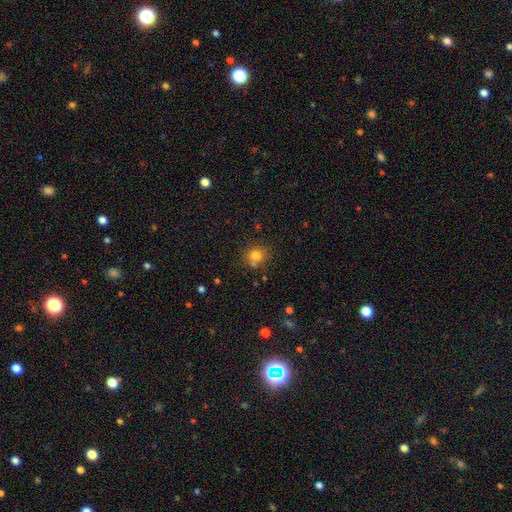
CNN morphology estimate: type=smooth (78%); roundness=round (84%); merging=none (73%).